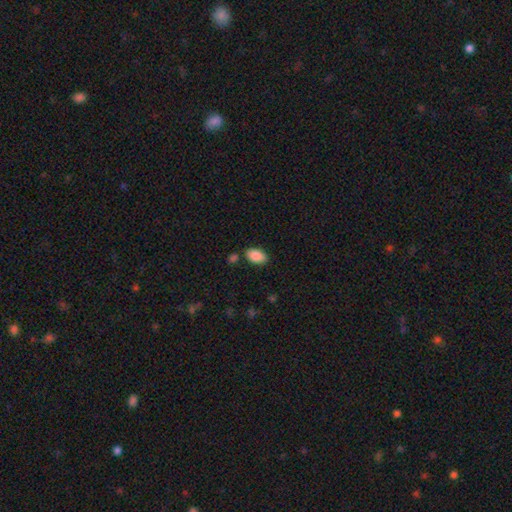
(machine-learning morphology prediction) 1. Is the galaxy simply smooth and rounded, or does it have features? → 87% smooth, 7% star or artifact, 6% featured or disk.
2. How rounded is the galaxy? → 93% in between, 6% round, 2% cigar-shaped.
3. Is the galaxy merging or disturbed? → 80% none, 12% minor disturbance, 5% merger, 3% major disturbance.